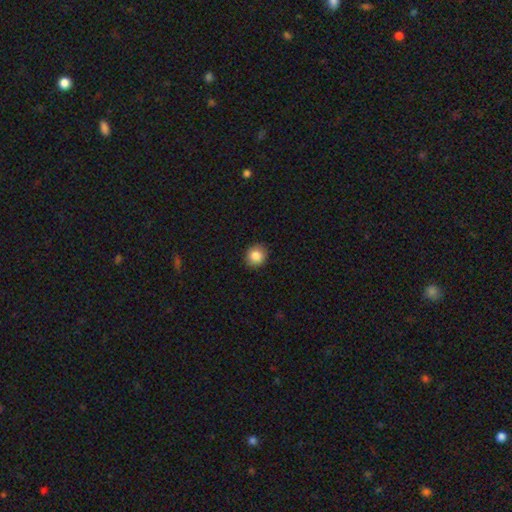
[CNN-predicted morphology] This appears to be a smooth galaxy with no disk features (85%) that is round (82%). Merging: none (90%).